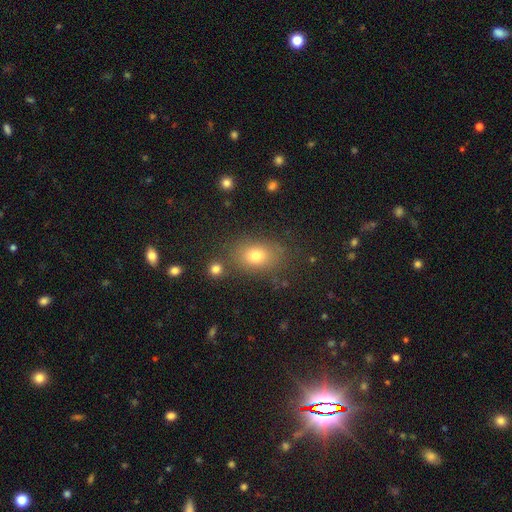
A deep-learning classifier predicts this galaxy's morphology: This is likely a smooth galaxy (73%). How rounded: likely in between (72%). Merging: likely none (80%).